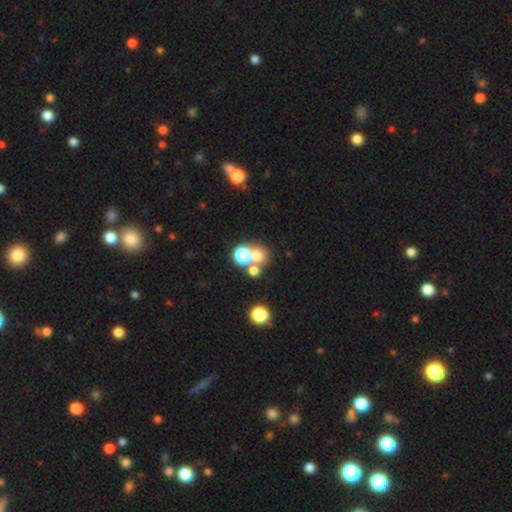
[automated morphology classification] type=smooth (64%); roundness=round (82%); merging=none (46%).